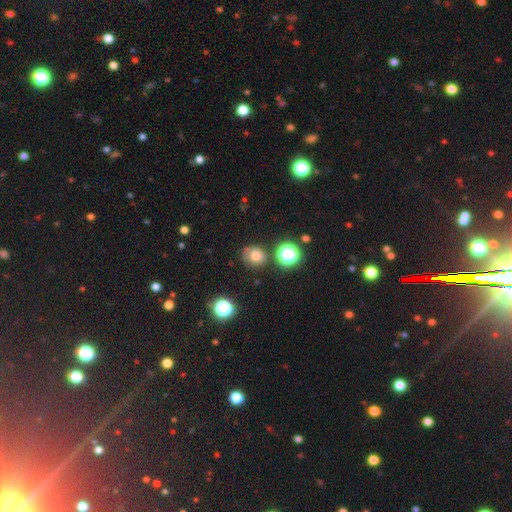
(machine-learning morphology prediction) The model was most divided on "how rounded": round: 74%, in between: 25%, cigar-shaped: 1%. More confident: smooth or featured — smooth (73%); merging — none (69%).